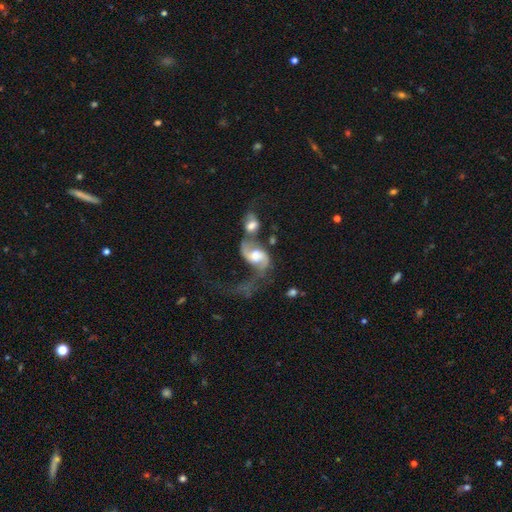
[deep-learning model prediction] The model was most divided on "bar": no: 43%, weak: 42%, strong: 14%. Remaining: edge-on disk — no (96%); spiral arms — yes (92%); spiral arm count — 2 (85%); smooth or featured — featured or disk (79%); spiral winding — loose (70%); merging — merger (59%); bulge size — moderate (49%).